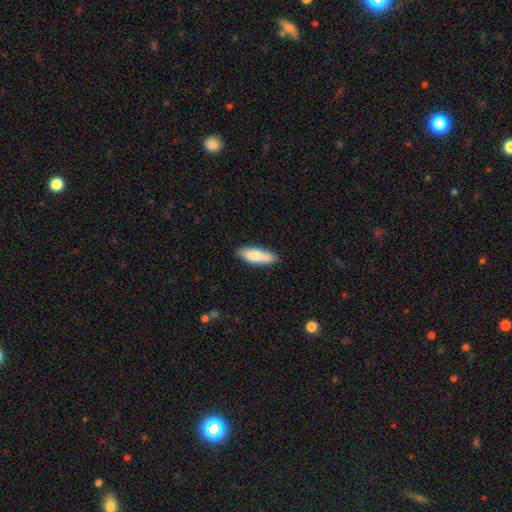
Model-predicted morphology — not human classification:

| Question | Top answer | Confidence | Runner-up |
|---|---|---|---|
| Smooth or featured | smooth | 81% | featured or disk (13%) |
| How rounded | in between | 56% | cigar-shaped (43%) |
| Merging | none | 80% | minor disturbance (15%) |